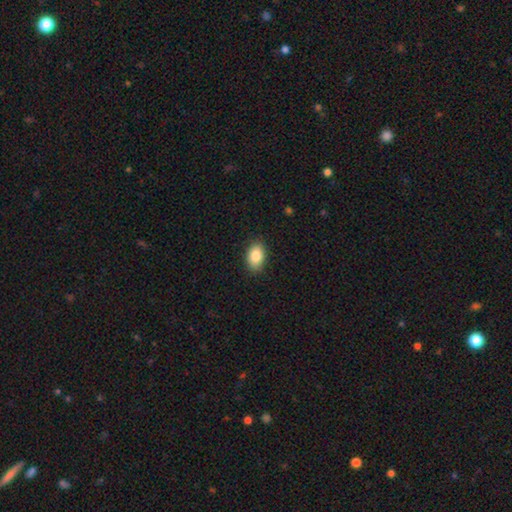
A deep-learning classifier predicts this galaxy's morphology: A smooth galaxy with no disk features (87%) that is in between round and cigar-shaped (89%). Merging: none (88%).